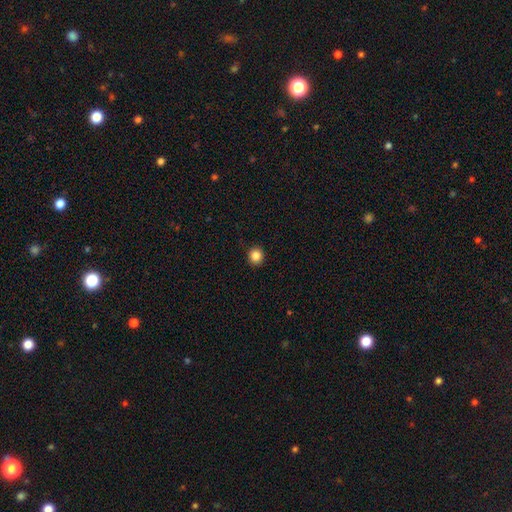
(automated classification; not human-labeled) Overall: smooth (86%). How rounded: round (88%). Merging: none (92%).